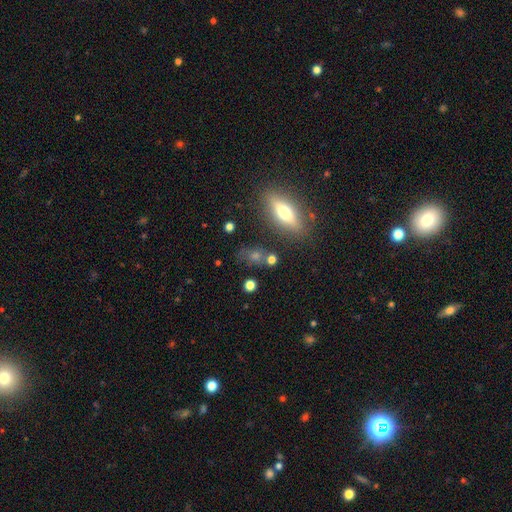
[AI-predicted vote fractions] Smooth or featured? Predicted: smooth (p=0.45). Merging? Predicted: none (p=0.73).